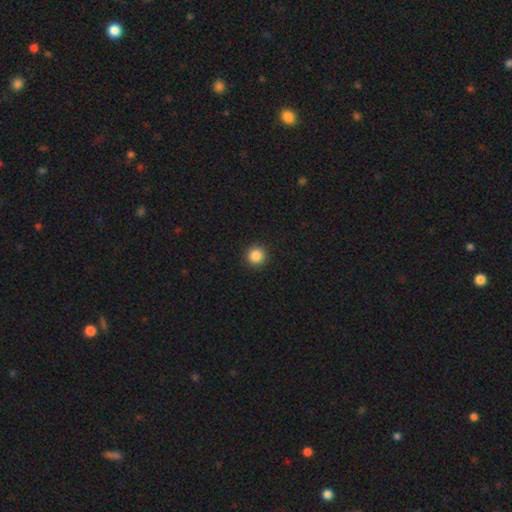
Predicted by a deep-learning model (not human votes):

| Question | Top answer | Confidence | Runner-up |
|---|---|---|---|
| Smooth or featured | smooth | 86% | star or artifact (11%) |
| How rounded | round | 96% | in between (3%) |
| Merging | none | 93% | minor disturbance (5%) |